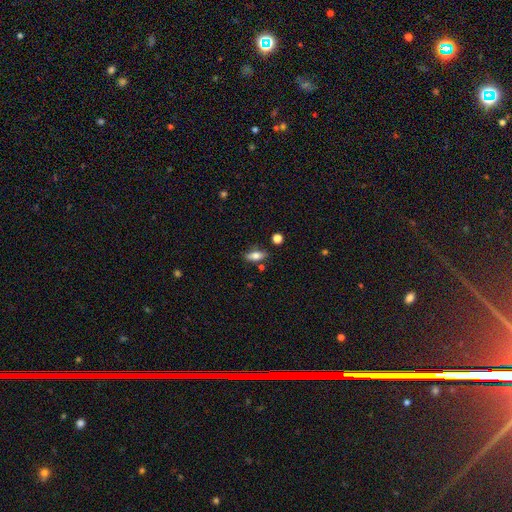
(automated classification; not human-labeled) smooth 72%, featured or disk 20%, star or artifact 8%. Down the decision tree: how rounded — in between (77%); merging — none (80%).